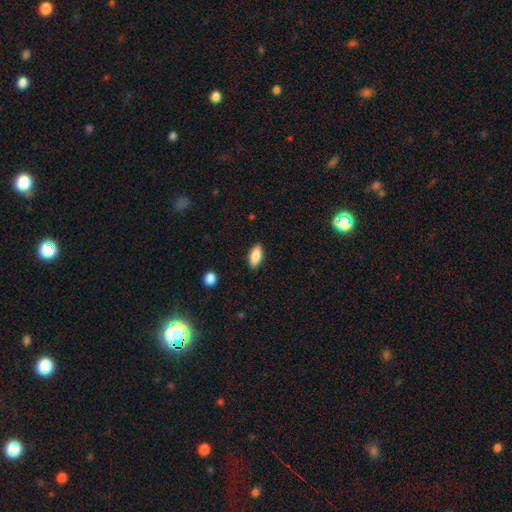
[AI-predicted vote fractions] Morphology: type=smooth (82%); roundness=in between (86%); merging=none (88%).